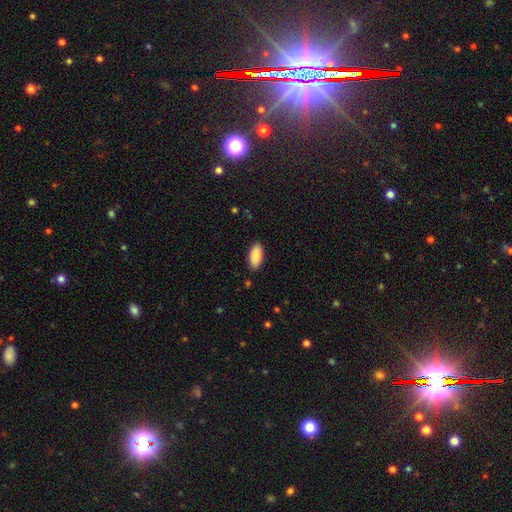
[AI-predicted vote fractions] Smooth or featured: smooth — 89% (star or artifact — 6%)
How rounded: in between — 92% (cigar-shaped — 6%)
Merging: none — 89% (minor disturbance — 8%)